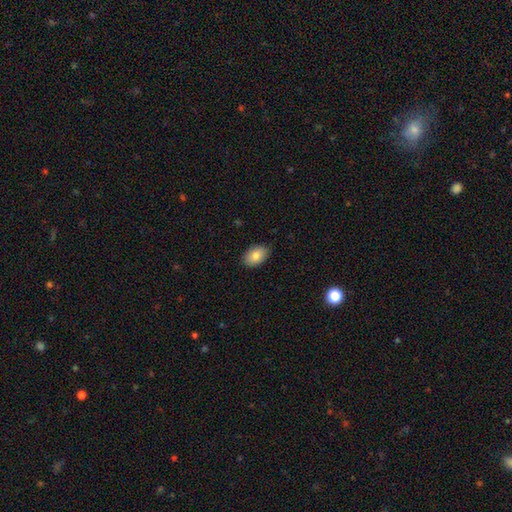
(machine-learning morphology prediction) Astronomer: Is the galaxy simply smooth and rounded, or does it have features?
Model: smooth — 82%.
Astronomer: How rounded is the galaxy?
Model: in between — 89%.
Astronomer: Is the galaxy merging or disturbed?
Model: none — 87%.